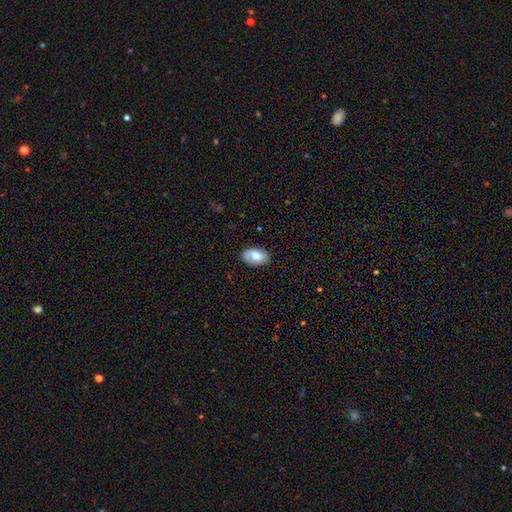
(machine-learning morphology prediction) Smooth or featured?
  - smooth: 73% *
  - featured or disk: 20%
  - star or artifact: 7%
How rounded?
  - in between: 91% *
  - round: 7%
  - cigar-shaped: 1%
Merging?
  - none: 78% *
  - minor disturbance: 17%
  - major disturbance: 4%
  - merger: 1%